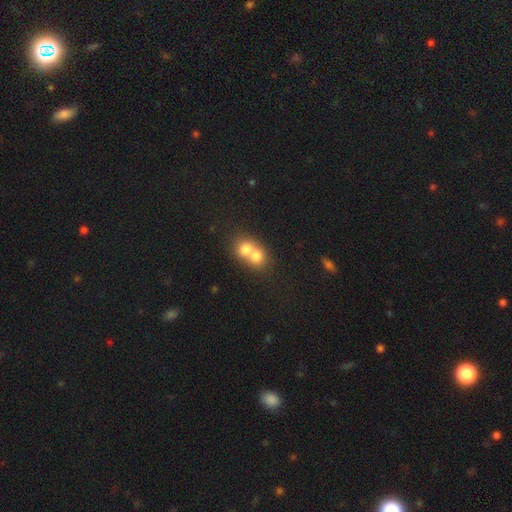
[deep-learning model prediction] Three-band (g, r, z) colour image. It shows a smooth galaxy with no disk features (72%) that is round (70%). Merging: merger (73%).